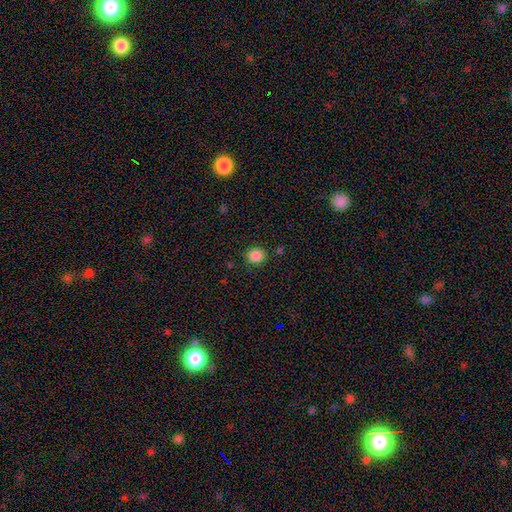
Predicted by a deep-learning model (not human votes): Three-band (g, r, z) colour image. It shows a smooth galaxy with no disk features (86%) that is round (87%). Merging: none (87%).